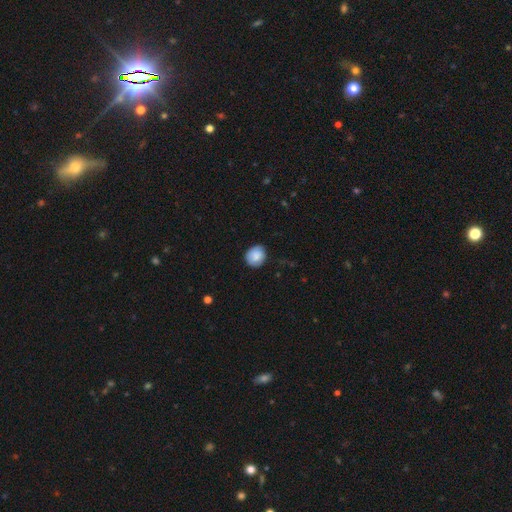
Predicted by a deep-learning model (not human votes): Smooth or featured?
  - smooth: 85% *
  - featured or disk: 8%
  - star or artifact: 7%
How rounded?
  - round: 79% *
  - in between: 20%
  - cigar-shaped: 1%
Merging?
  - none: 81% *
  - minor disturbance: 16%
  - major disturbance: 3%
  - merger: 1%